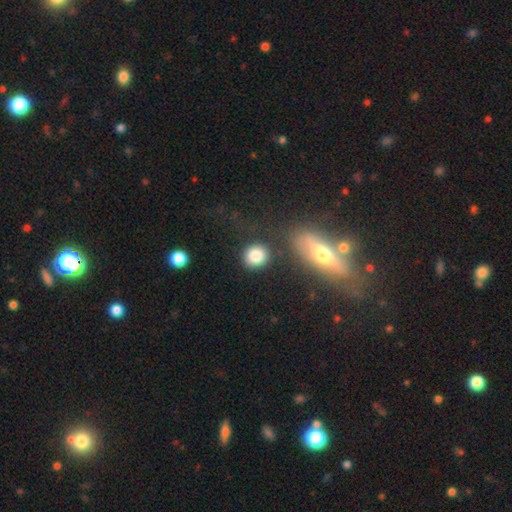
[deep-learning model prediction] Smooth or featured? Predicted: smooth (p=0.85). How rounded? Predicted: round (p=0.80). Merging? Predicted: none (p=0.76).